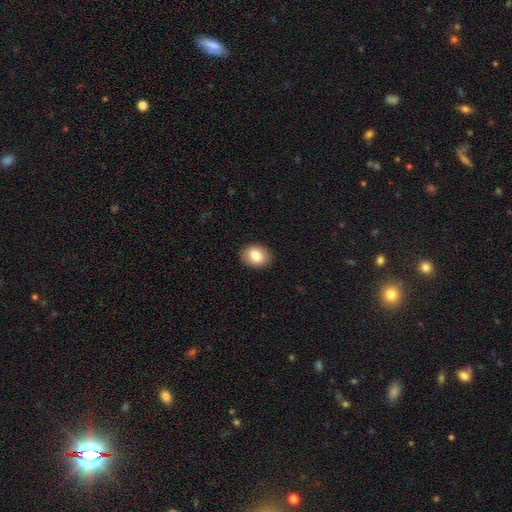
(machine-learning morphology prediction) Smooth or featured? Predicted: smooth (p=0.83). How rounded? Predicted: in between (p=0.67). Merging? Predicted: none (p=0.90).